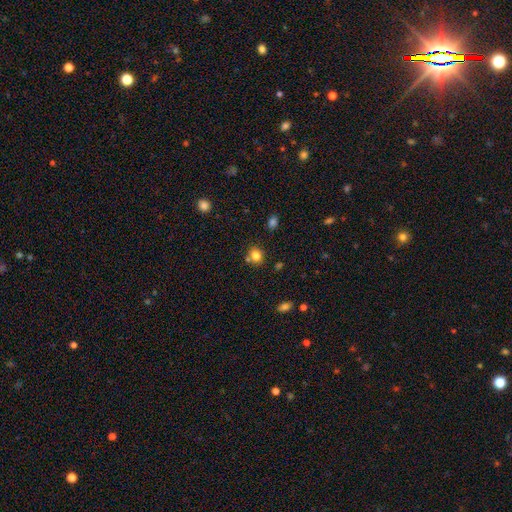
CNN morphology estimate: Smooth or featured?
  - smooth: 80% *
  - star or artifact: 12%
  - featured or disk: 7%
How rounded?
  - round: 77% *
  - in between: 22%
  - cigar-shaped: 1%
Merging?
  - none: 74% *
  - merger: 12%
  - minor disturbance: 11%
  - major disturbance: 3%